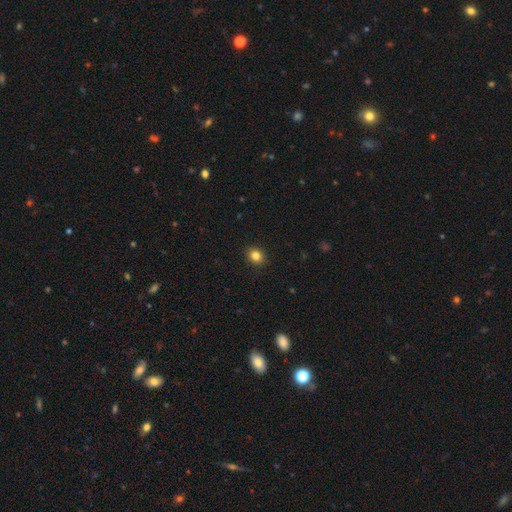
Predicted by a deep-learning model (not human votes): Q: Smooth or featured?
A: smooth (84%); runner-up: star or artifact (11%)
Q: How rounded?
A: round (71%); runner-up: in between (28%)
Q: Merging?
A: none (91%); runner-up: minor disturbance (6%)